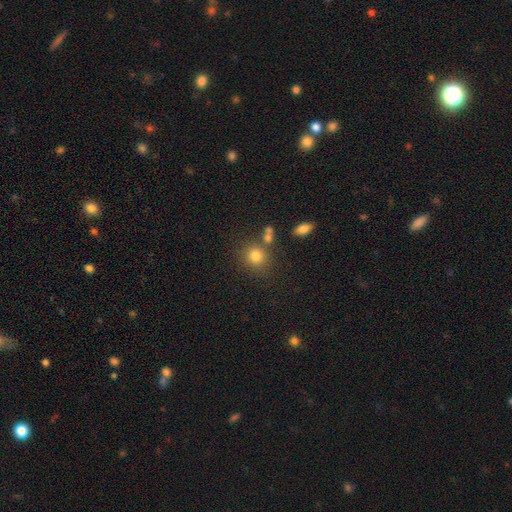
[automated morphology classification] smooth 80%, star or artifact 12%, featured or disk 8%. Down the decision tree: how rounded — round (81%); merging — none (69%).